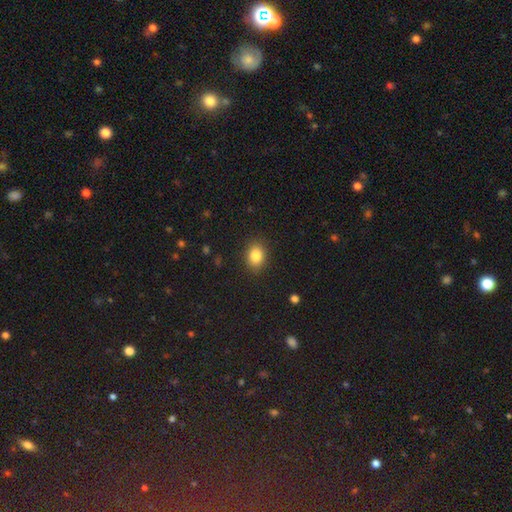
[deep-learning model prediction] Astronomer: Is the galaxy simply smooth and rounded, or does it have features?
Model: smooth — 84%.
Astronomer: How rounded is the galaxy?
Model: in between — 54% (runner-up: round, 45%).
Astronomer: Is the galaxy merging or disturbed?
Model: none — 88%.